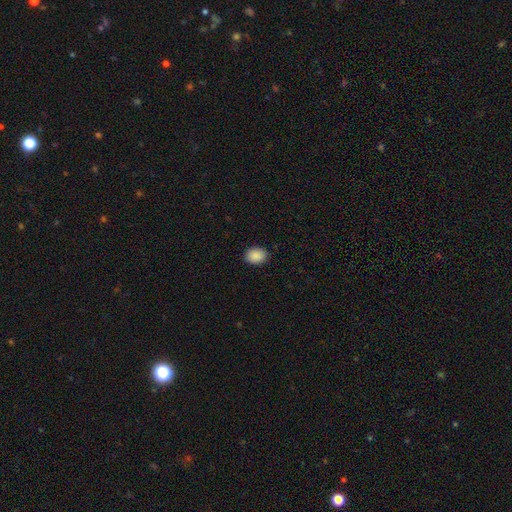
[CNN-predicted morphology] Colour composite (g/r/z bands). It shows a smooth galaxy with no disk features (89%) that is in between round and cigar-shaped (66%). Merging: none (89%).